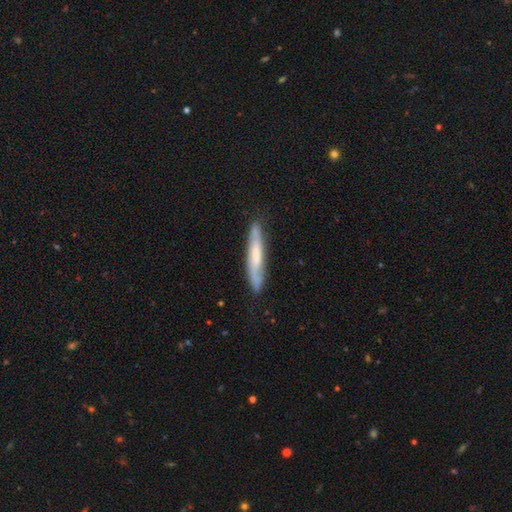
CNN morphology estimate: Smooth or featured?
  - featured or disk: 49% *
  - smooth: 45%
  - star or artifact: 6%
Merging?
  - none: 79% *
  - minor disturbance: 16%
  - major disturbance: 3%
  - merger: 2%